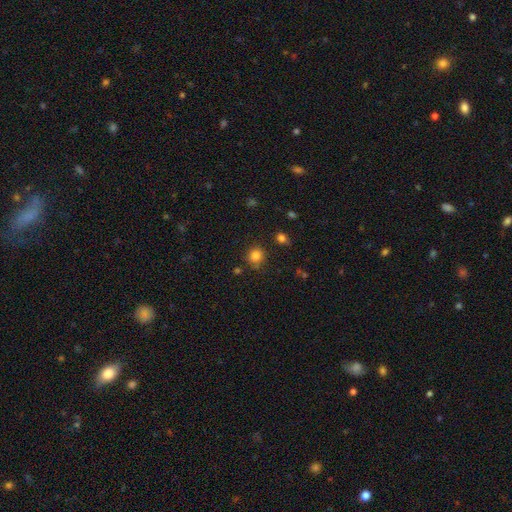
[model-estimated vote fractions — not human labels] Smooth or featured: smooth — 82% (star or artifact — 13%)
How rounded: round — 88% (in between — 11%)
Merging: none — 81% (minor disturbance — 11%)